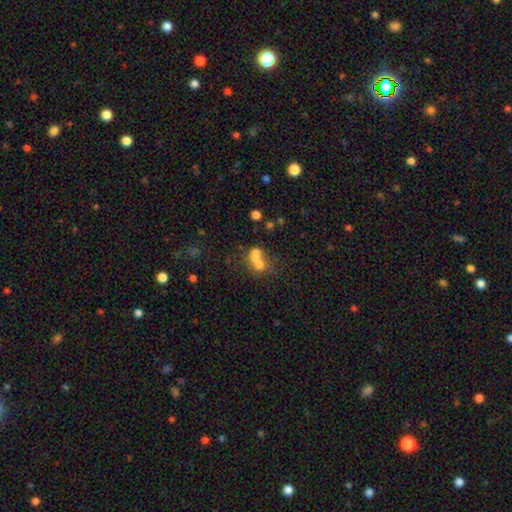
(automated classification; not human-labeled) smooth_or_featured: smooth (p=0.60) [alt: featured or disk p=0.25]
how_rounded: round (p=0.56) [alt: in between p=0.42]
merging: merger (p=0.65) [alt: none p=0.22]